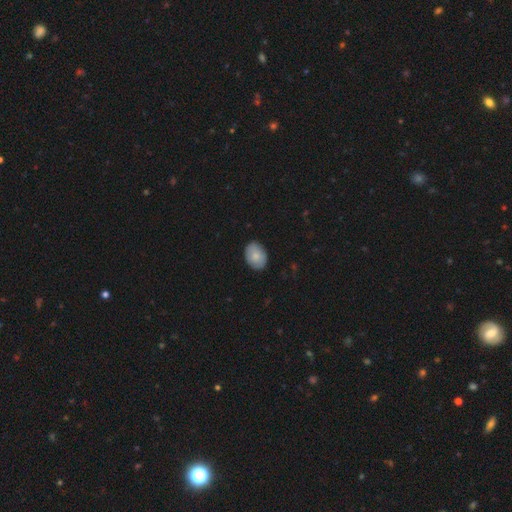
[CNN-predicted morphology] smooth-or-featured: smooth: 82% | featured or disk: 12% | star or artifact: 6%
  how-rounded: in between: 75% | round: 24% | cigar-shaped: 1%
  merging: none: 87% | minor disturbance: 10% | major disturbance: 2% | merger: 1%